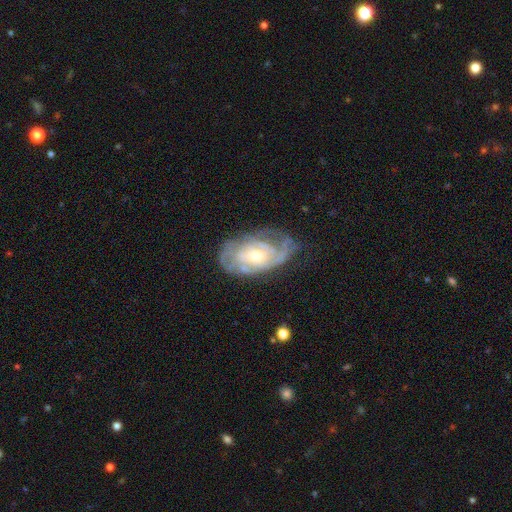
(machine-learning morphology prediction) type=featured or disk (80%); edge-on=no (95%); bar=no (66%); spiral arms=yes (85%); winding=tight (60%); arm count=can't tell (49%); bulge=moderate (59%); merging=none (56%).